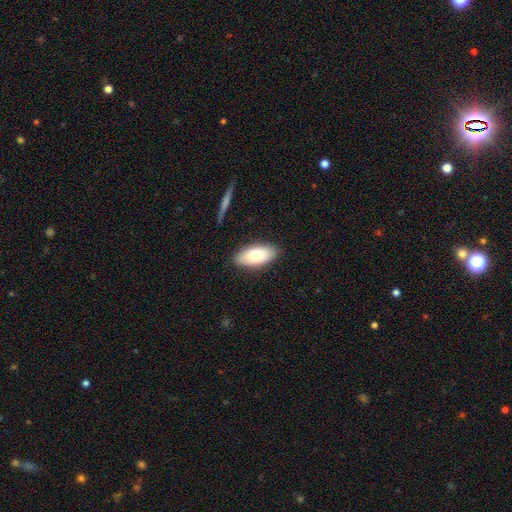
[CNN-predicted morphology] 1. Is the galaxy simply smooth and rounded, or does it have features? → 74% smooth, 20% featured or disk, 6% star or artifact.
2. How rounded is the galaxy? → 92% in between, 5% cigar-shaped, 3% round.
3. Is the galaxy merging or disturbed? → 87% none, 9% minor disturbance, 2% major disturbance, 1% merger.